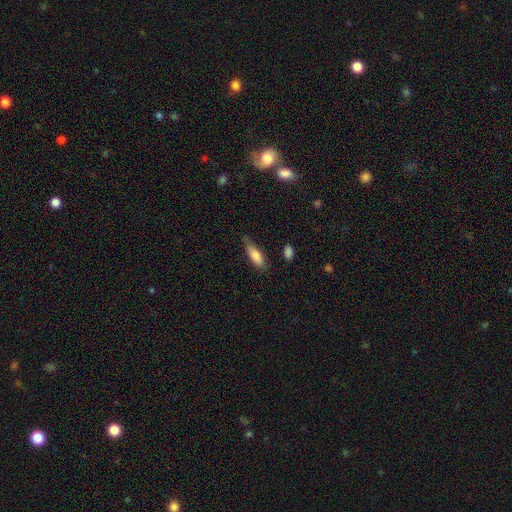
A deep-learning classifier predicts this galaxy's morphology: Smooth or featured? smooth (81%)
How rounded? in between (58%)
Merging? none (62%)